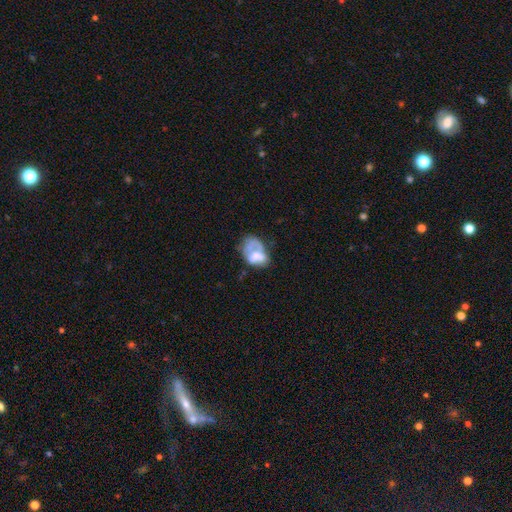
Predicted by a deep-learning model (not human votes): A featured or disk galaxy (46%). Merging: major disturbance (38%).